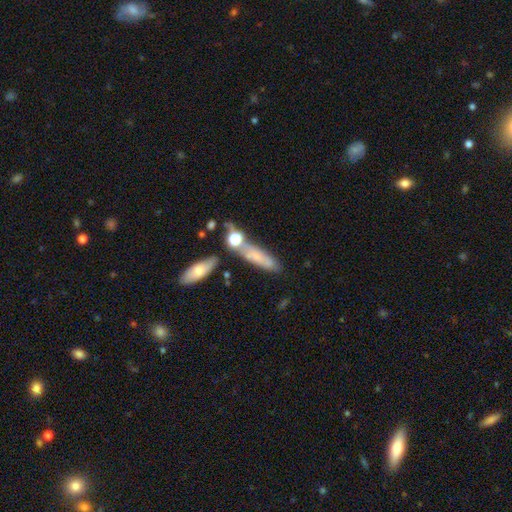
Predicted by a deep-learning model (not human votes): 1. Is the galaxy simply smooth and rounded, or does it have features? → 58% smooth, 32% featured or disk, 11% star or artifact.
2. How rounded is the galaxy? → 64% cigar-shaped, 29% in between, 6% round.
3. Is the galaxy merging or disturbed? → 56% none, 21% merger, 17% minor disturbance, 6% major disturbance.